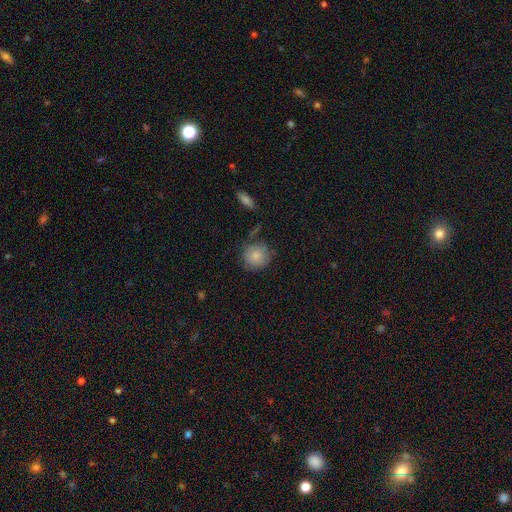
smooth_or_featured: smooth (p=0.79) [alt: featured or disk p=0.10]
how_rounded: round (p=0.97) [alt: in between p=0.03]
merging: none (p=0.66) [alt: minor disturbance p=0.23]